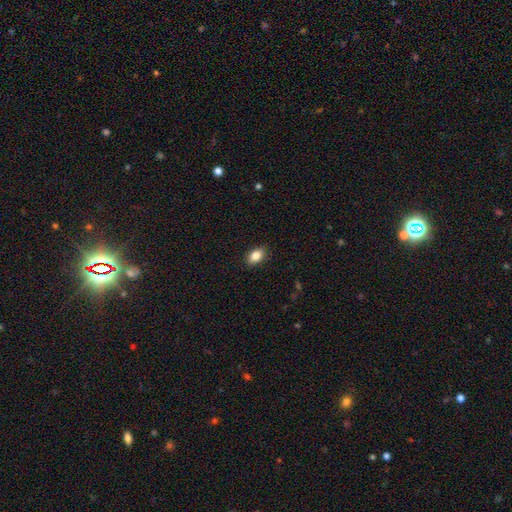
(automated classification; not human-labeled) A smooth galaxy with no disk features (86%) that is in between round and cigar-shaped (88%).

Vote fractions:
- Smooth or featured? smooth: 86% / star or artifact: 8% / featured or disk: 6%
- How rounded? in between: 88% / round: 11% / cigar-shaped: 2%
- Merging? none: 89% / minor disturbance: 8% / major disturbance: 2% / merger: 1%